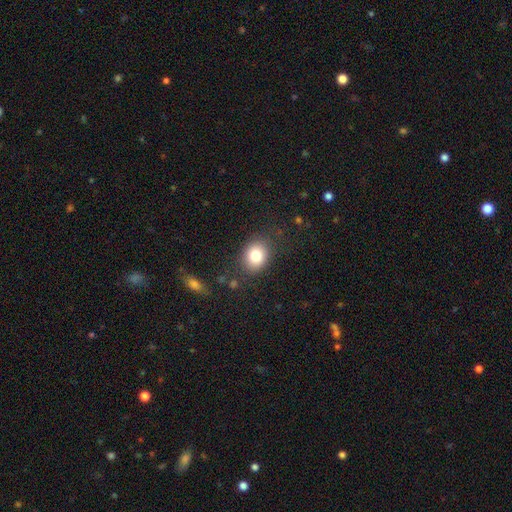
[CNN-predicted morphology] smooth 81%, star or artifact 10%, featured or disk 9%. Down the decision tree: how rounded — round (56%); merging — none (83%).